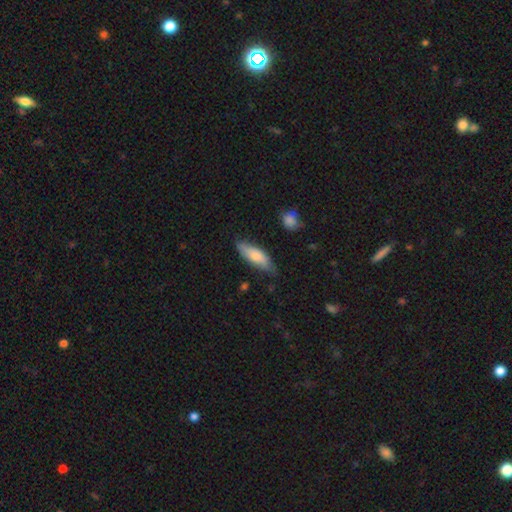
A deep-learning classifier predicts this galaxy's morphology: Overall: smooth (73%). How rounded: in between (53%; cigar-shaped 46%). Merging: none (73%).